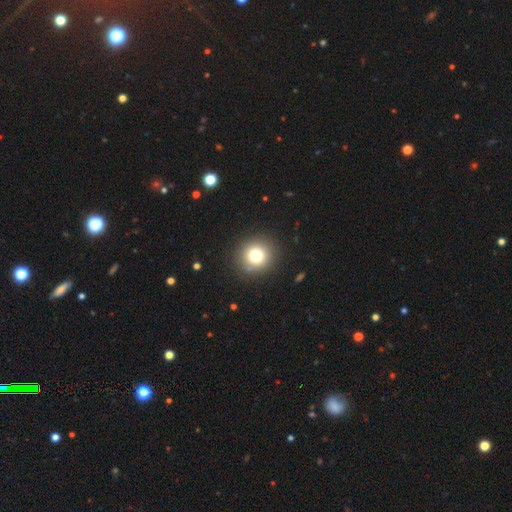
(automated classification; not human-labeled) The model was most divided on "smooth or featured": smooth: 77%, star or artifact: 13%, featured or disk: 10%. More confident: how rounded — round (91%); merging — none (89%).